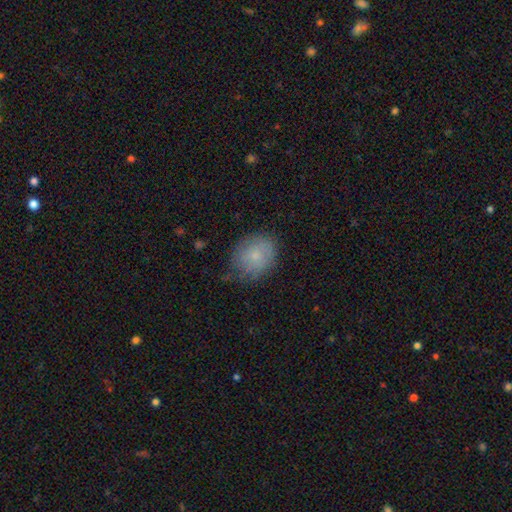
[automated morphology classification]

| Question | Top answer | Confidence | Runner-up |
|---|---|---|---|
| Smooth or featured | smooth | 74% | featured or disk (18%) |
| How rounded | round | 62% | in between (37%) |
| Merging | none | 63% | minor disturbance (28%) |